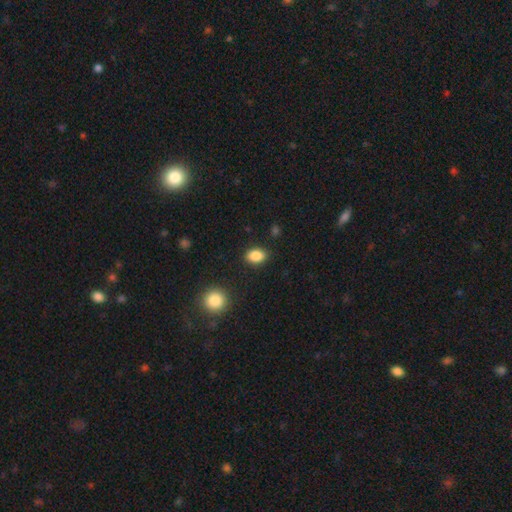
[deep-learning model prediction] Smooth or featured: smooth — 86% (star or artifact — 9%)
How rounded: in between — 76% (round — 23%)
Merging: none — 87% (minor disturbance — 9%)